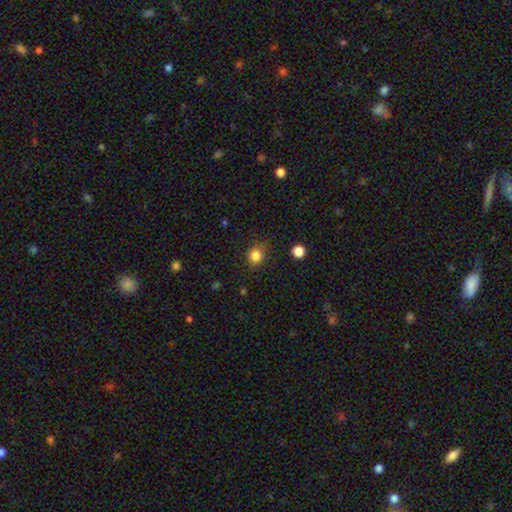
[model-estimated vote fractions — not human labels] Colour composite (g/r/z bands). It shows a smooth galaxy with no disk features (83%) that is round (73%). Merging: none (80%).